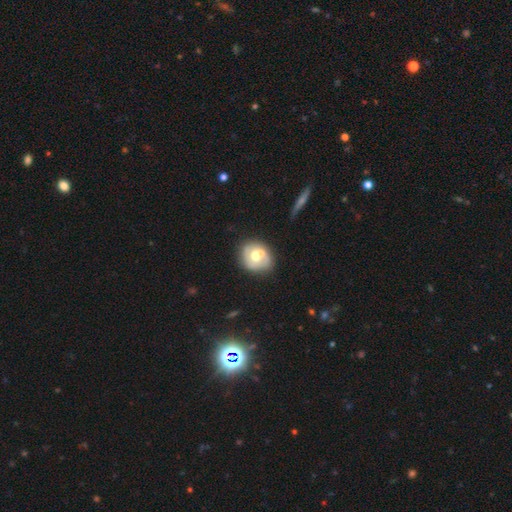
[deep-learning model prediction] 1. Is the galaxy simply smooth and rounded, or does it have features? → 47% smooth, 46% featured or disk, 7% star or artifact.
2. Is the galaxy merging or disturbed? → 49% none, 29% merger, 16% minor disturbance, 6% major disturbance.